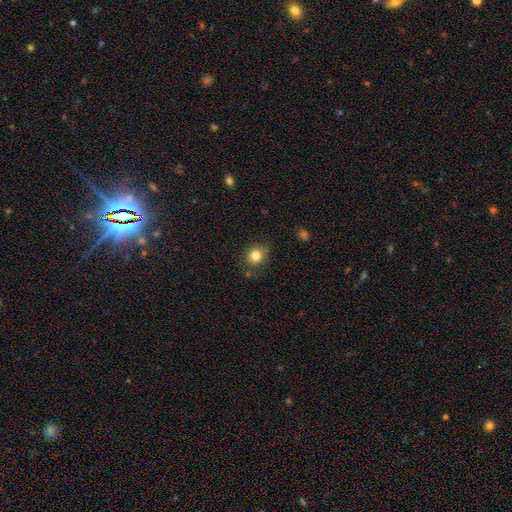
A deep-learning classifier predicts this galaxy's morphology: Smooth or featured: smooth — 82% (star or artifact — 11%)
How rounded: round — 81% (in between — 18%)
Merging: none — 80% (minor disturbance — 14%)